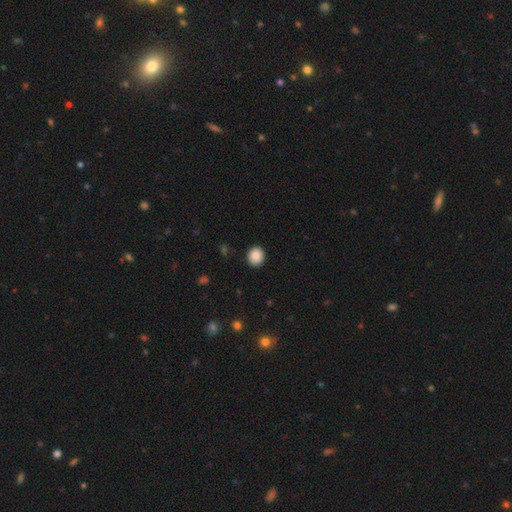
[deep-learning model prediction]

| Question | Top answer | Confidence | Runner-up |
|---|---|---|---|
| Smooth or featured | smooth | 88% | star or artifact (8%) |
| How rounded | round | 80% | in between (19%) |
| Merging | none | 91% | minor disturbance (6%) |